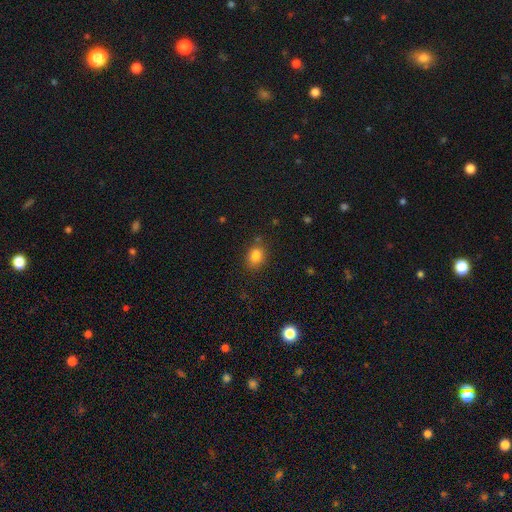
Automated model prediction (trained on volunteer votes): smooth_or_featured: smooth (p=0.83) [alt: star or artifact p=0.11]
how_rounded: in between (p=0.65) [alt: round p=0.33]
merging: none (p=0.77) [alt: minor disturbance p=0.15]